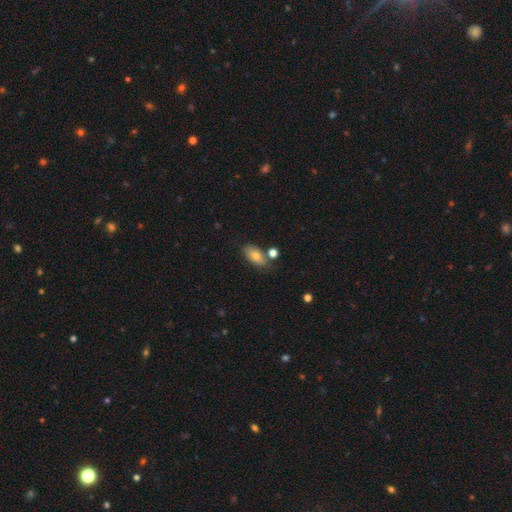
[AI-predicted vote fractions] Smooth or featured? Predicted: smooth (p=0.76). How rounded? Predicted: in between (p=0.89). Merging? Predicted: none (p=0.64).